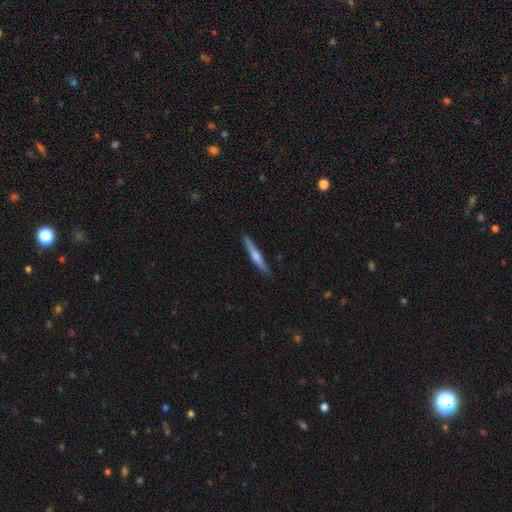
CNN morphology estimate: type=featured or disk (52%); edge-on=yes (97%); edge-on bulge=rounded (68%); merging=none (90%).